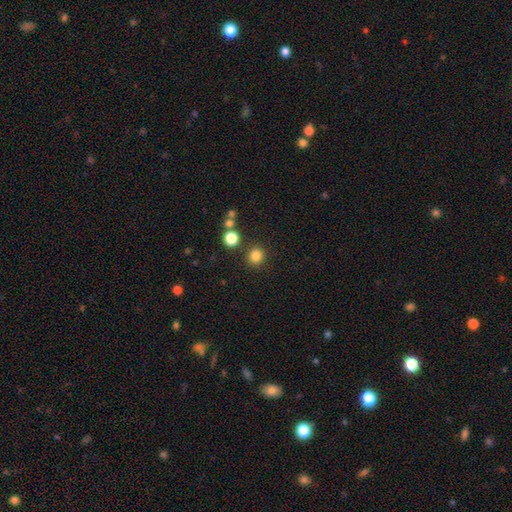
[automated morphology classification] Q: Smooth or featured?
A: smooth (82%); runner-up: star or artifact (13%)
Q: How rounded?
A: round (90%); runner-up: in between (9%)
Q: Merging?
A: none (86%); runner-up: minor disturbance (7%)